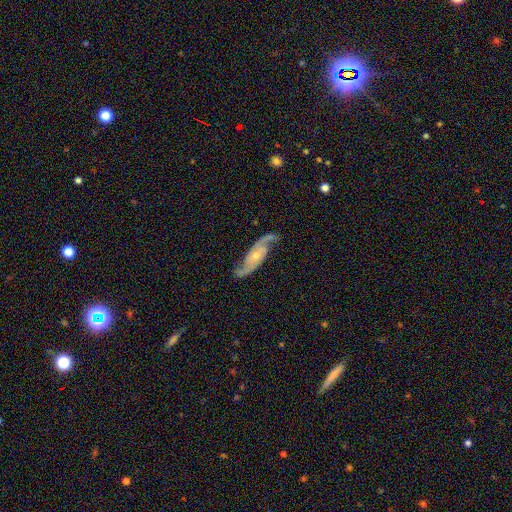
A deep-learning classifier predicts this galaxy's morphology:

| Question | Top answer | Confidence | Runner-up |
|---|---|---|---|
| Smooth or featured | featured or disk | 90% | smooth (6%) |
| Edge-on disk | no | 94% | yes (6%) |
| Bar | no | 65% | weak (25%) |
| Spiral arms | yes | 98% | no (2%) |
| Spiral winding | medium | 45% | loose (39%) |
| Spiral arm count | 2 | 93% | can't tell (2%) |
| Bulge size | small | 61% | moderate (34%) |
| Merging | none | 78% | minor disturbance (15%) |